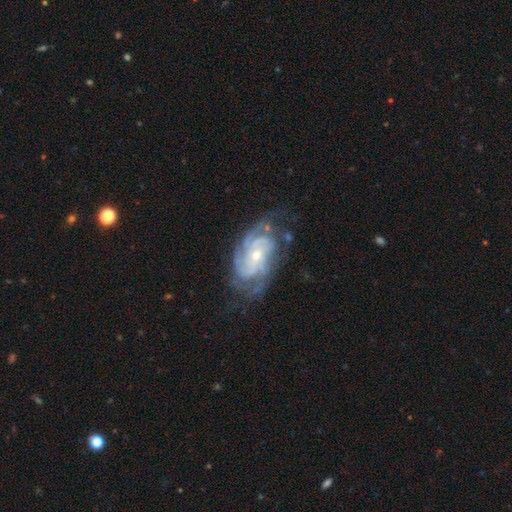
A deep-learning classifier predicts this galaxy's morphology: Smooth or featured? featured or disk (89%)
Edge-on disk? no (96%)
Bar? no (65%)
Spiral arms? yes (97%)
Spiral winding? tight (62%)
Spiral arm count? 3 (28%)
Bulge size? small (63%)
Merging? none (65%)